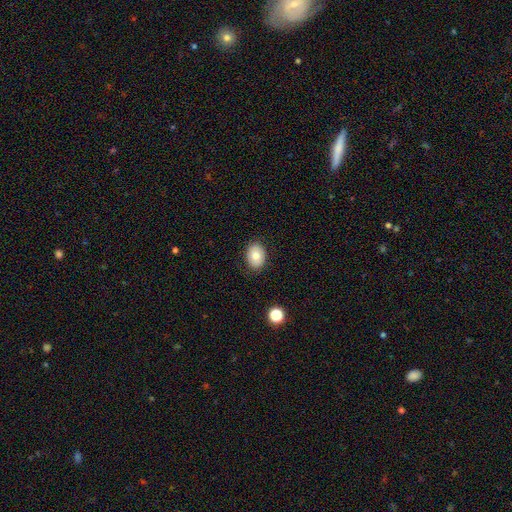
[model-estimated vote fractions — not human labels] The model was most divided on "how rounded": in between: 69%, round: 30%, cigar-shaped: 1%. More confident: merging — none (86%); smooth or featured — smooth (78%).